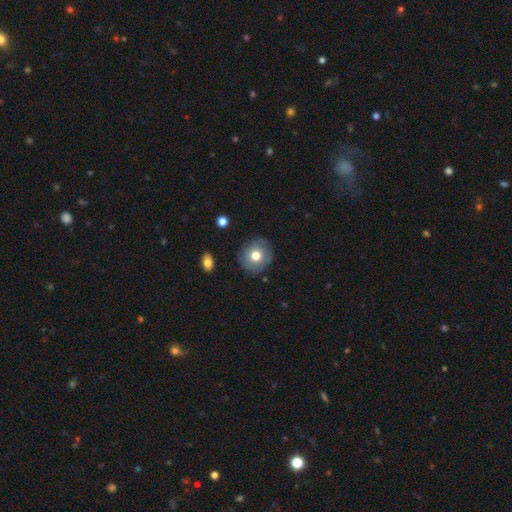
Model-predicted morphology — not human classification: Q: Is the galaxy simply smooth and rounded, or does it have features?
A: smooth — 66%.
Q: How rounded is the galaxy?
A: round — 82%.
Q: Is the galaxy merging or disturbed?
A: none — 83%.